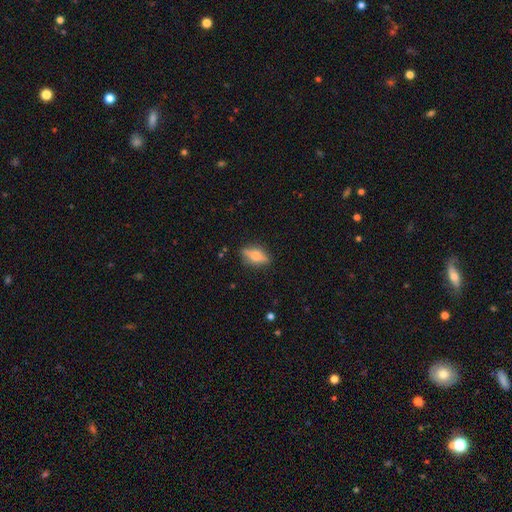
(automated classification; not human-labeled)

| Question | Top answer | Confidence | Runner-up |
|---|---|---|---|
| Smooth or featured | smooth | 54% | featured or disk (37%) |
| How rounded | in between | 73% | cigar-shaped (20%) |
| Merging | none | 77% | minor disturbance (16%) |